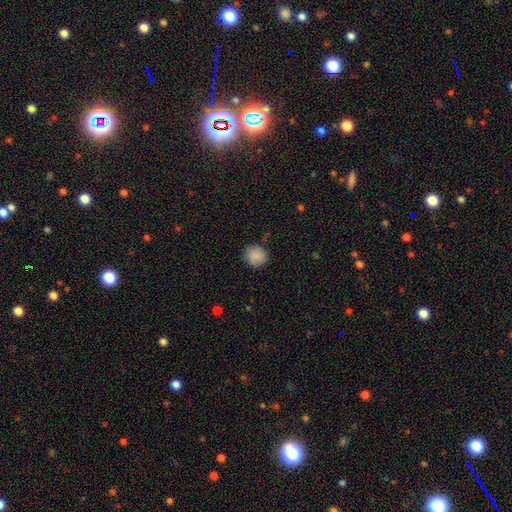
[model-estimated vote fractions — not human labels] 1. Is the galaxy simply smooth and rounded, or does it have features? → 87% smooth, 8% star or artifact, 5% featured or disk.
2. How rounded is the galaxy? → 86% round, 13% in between, 1% cigar-shaped.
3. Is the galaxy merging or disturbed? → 82% none, 14% minor disturbance, 3% major disturbance, 1% merger.